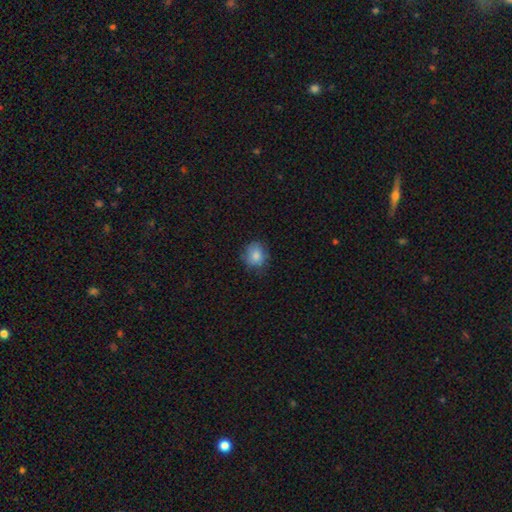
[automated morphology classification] The model was most divided on "how rounded": round: 74%, in between: 25%, cigar-shaped: 1%. More confident: smooth or featured — smooth (82%); merging — none (74%).